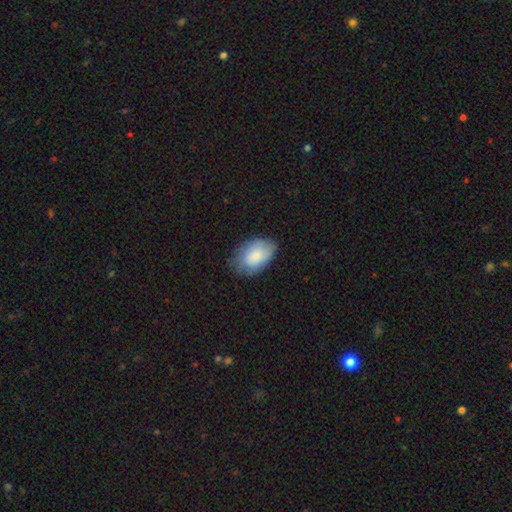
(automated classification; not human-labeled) A smooth galaxy with no disk features (78%) that is in between round and cigar-shaped (90%). Merging: none (69%).